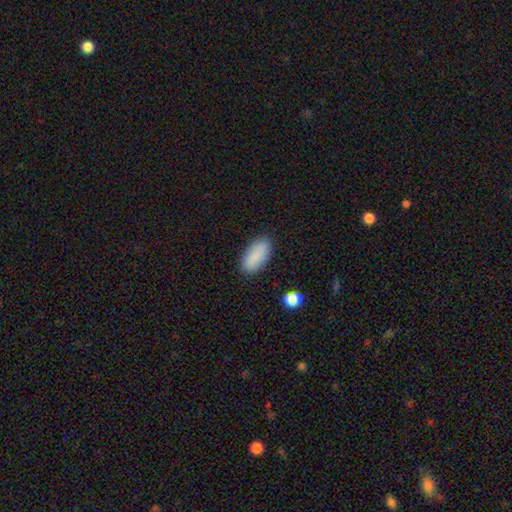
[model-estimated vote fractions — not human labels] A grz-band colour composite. It shows a smooth galaxy with no disk features (87%) that is in between round and cigar-shaped (90%). Merging: none (86%).